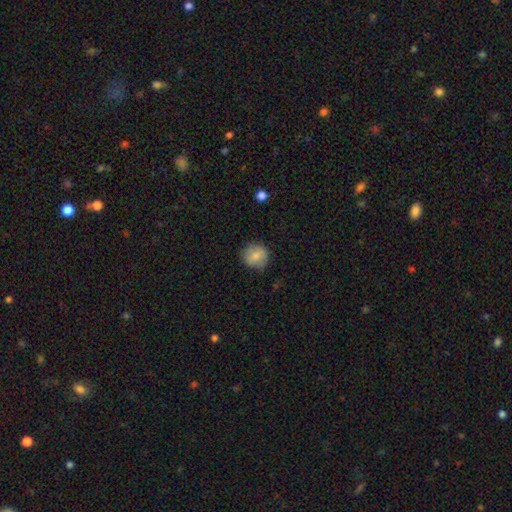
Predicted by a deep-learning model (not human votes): This is likely a smooth galaxy (79%). How rounded: clearly round (90%). Merging: clearly none (80%).